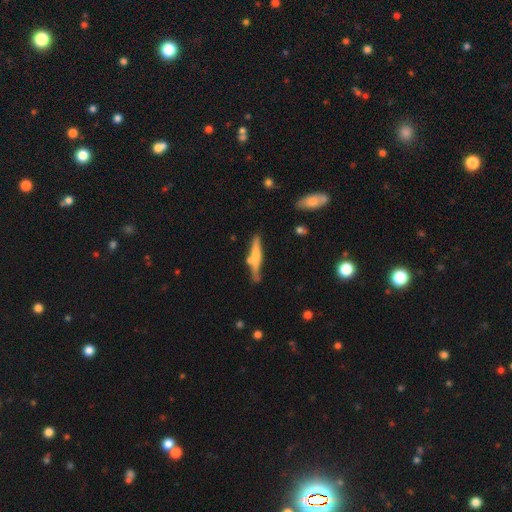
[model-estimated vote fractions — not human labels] smooth-or-featured: smooth: 48% | featured or disk: 46% | star or artifact: 6%
  merging: none: 68% | minor disturbance: 17% | merger: 11% | major disturbance: 4%